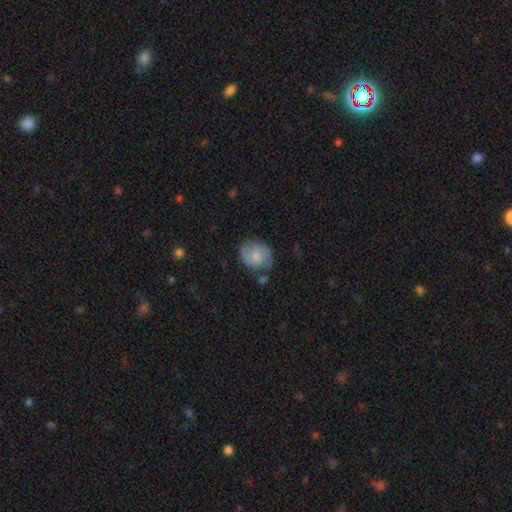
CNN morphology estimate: smooth 66%, featured or disk 26%, star or artifact 7%. Down the decision tree: how rounded — round (66%); merging — none (64%).